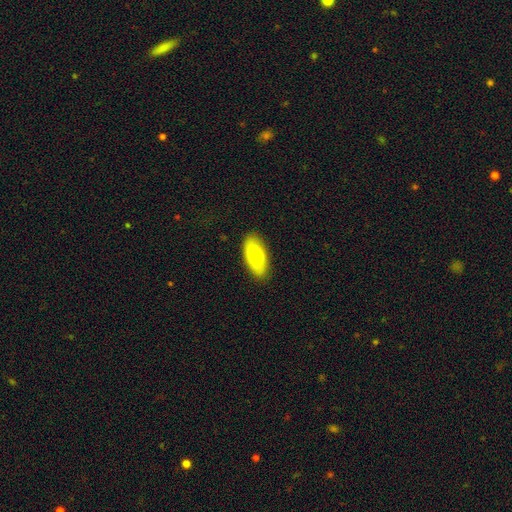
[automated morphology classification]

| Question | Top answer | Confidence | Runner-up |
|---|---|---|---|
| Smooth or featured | smooth | 71% | featured or disk (23%) |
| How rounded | in between | 90% | cigar-shaped (6%) |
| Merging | none | 86% | minor disturbance (11%) |